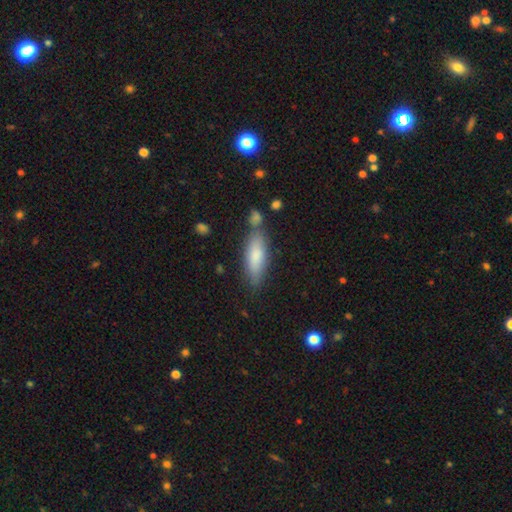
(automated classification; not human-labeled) Smooth or featured: smooth — 78% (featured or disk — 16%)
How rounded: in between — 50% (cigar-shaped — 48%)
Merging: none — 67% (minor disturbance — 17%)